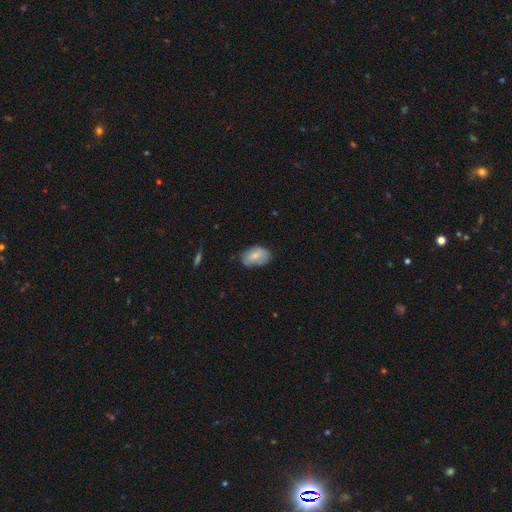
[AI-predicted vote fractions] The model was most divided on "merging": none: 66%, minor disturbance: 27%, major disturbance: 5%, merger: 1%. More confident: how rounded — in between (89%); smooth or featured — smooth (75%).